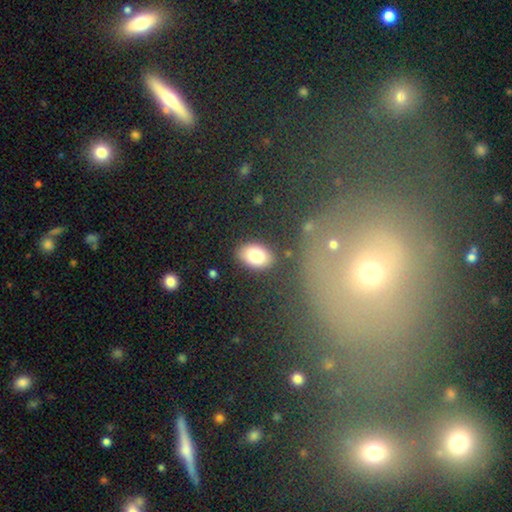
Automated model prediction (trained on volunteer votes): smooth-or-featured: smooth: 81% | featured or disk: 10% | star or artifact: 9%
  how-rounded: in between: 82% | round: 16% | cigar-shaped: 1%
  merging: none: 84% | minor disturbance: 10% | major disturbance: 3% | merger: 3%